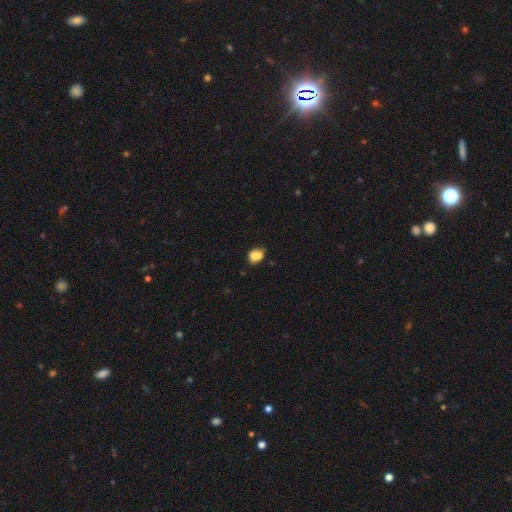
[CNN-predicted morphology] This is likely a smooth galaxy (71%). How rounded: possibly round (49%, tied with in between). Merging: marginally merger (44%).